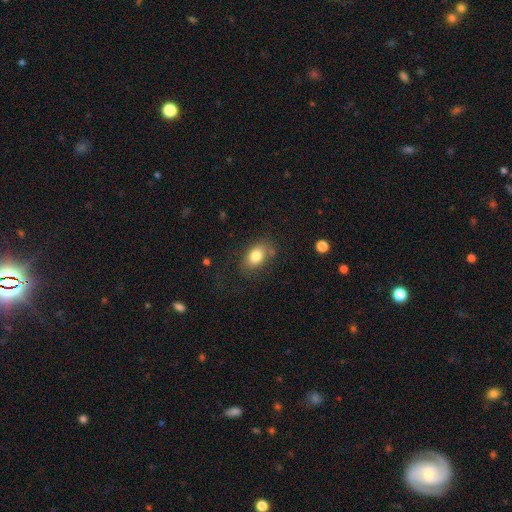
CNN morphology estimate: Overall: smooth (81%). How rounded: in between (82%). Merging: none (71%).